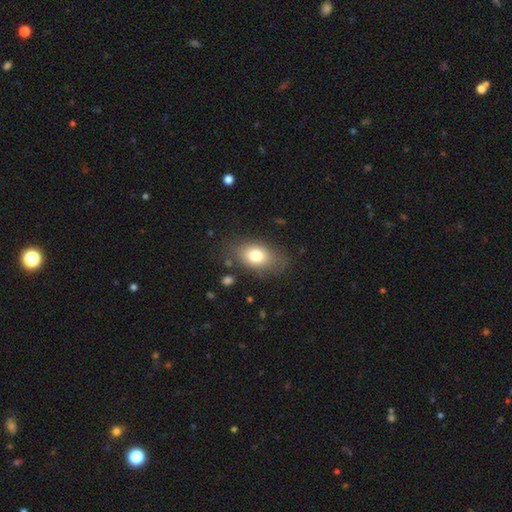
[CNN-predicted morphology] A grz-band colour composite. It shows a smooth galaxy with no disk features (78%) that is in between round and cigar-shaped (85%). Merging: none (76%).